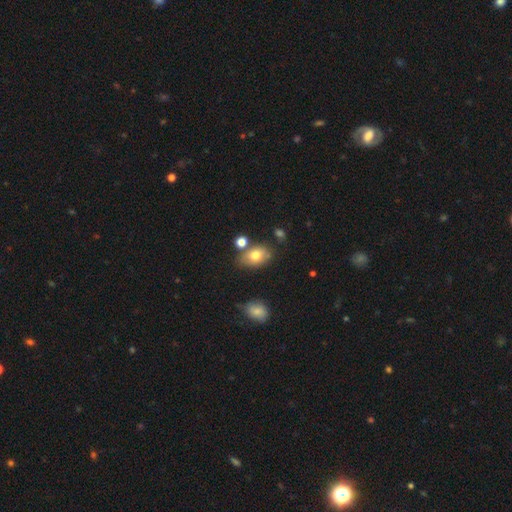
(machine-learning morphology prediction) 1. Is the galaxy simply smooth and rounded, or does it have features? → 74% smooth, 16% featured or disk, 9% star or artifact.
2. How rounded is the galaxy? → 83% in between, 16% round, 2% cigar-shaped.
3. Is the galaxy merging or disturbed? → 64% none, 18% minor disturbance, 13% merger, 5% major disturbance.